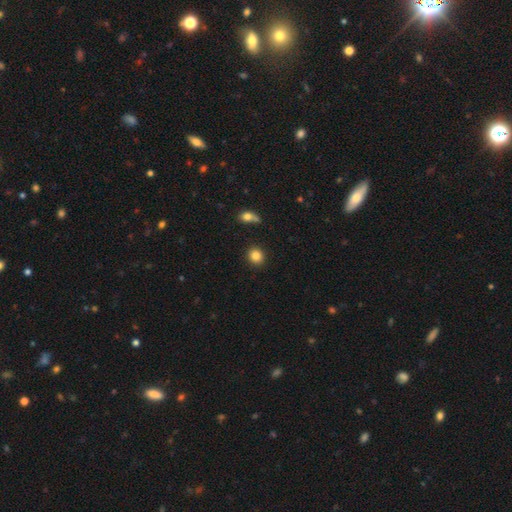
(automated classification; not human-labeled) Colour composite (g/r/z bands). It shows a smooth galaxy with no disk features (85%) that is round (82%). Merging: none (87%).